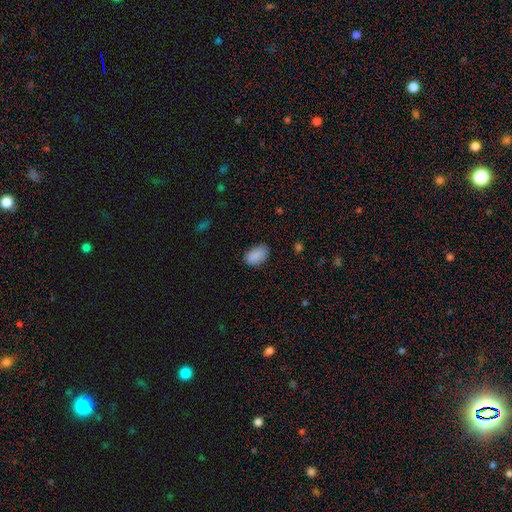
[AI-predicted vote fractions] Smooth or featured? Predicted: smooth (p=0.89). How rounded? Predicted: in between (p=0.90). Merging? Predicted: none (p=0.80).